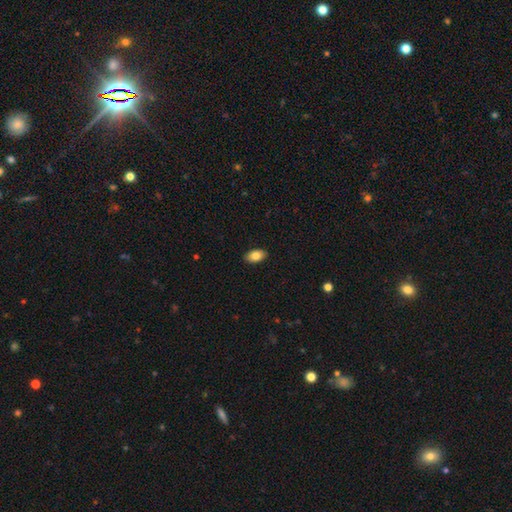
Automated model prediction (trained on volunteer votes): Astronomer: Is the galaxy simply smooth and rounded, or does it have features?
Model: smooth — 83%.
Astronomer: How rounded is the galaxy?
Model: in between — 93%.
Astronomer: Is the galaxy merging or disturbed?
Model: none — 90%.